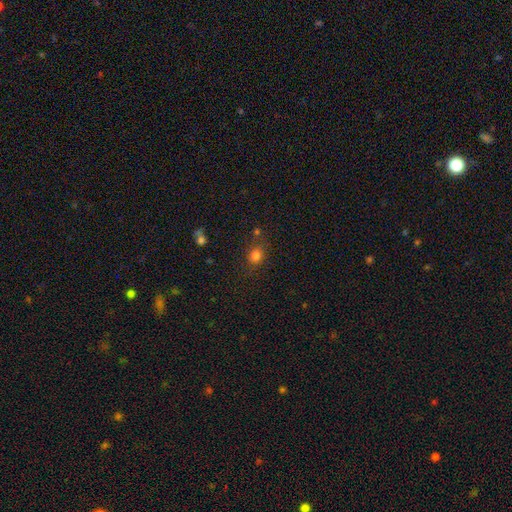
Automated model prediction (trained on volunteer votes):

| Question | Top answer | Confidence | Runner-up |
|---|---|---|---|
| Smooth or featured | smooth | 78% | star or artifact (15%) |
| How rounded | round | 68% | in between (31%) |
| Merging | none | 74% | minor disturbance (15%) |